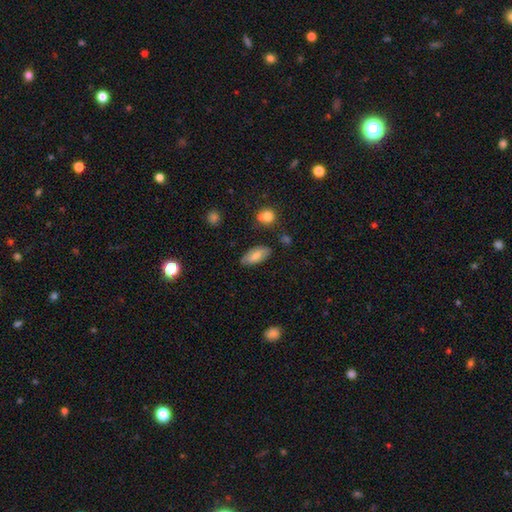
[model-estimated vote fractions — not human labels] Q: Smooth or featured?
A: smooth (69%); runner-up: featured or disk (23%)
Q: How rounded?
A: in between (90%); runner-up: cigar-shaped (7%)
Q: Merging?
A: none (78%); runner-up: minor disturbance (16%)